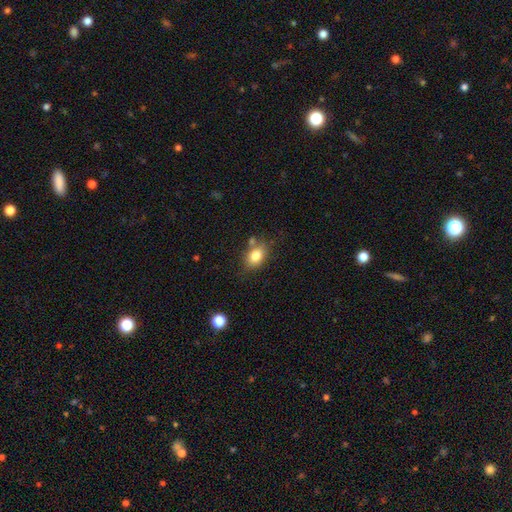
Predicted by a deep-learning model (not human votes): This is clearly a smooth galaxy (81%). How rounded: likely in between (71%). Merging: likely none (69%).